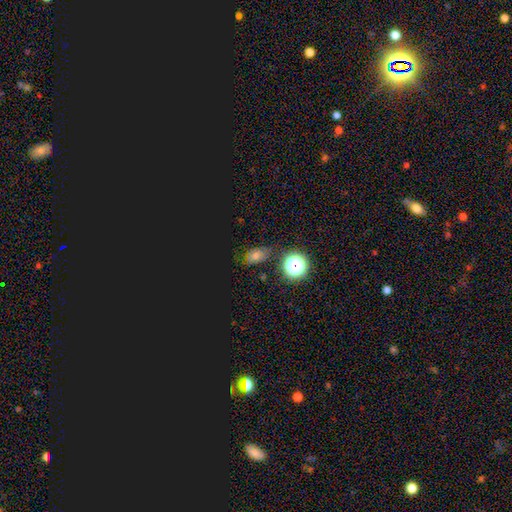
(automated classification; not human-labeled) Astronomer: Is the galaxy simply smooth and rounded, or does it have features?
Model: star or artifact — 47% (runner-up: smooth, 42%).